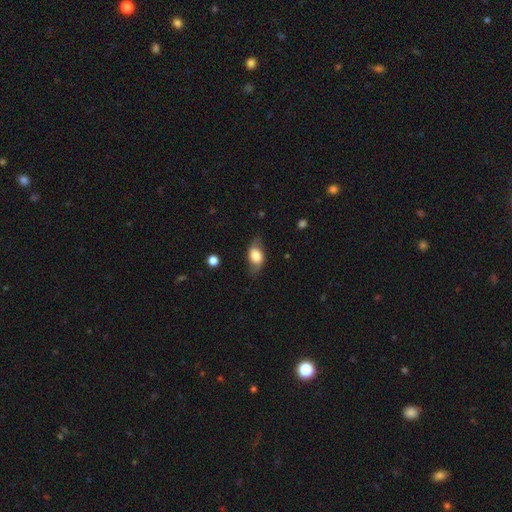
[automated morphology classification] smooth_or_featured: smooth (p=0.63) [alt: featured or disk p=0.29]
how_rounded: in between (p=0.82) [alt: round p=0.14]
merging: none (p=0.68) [alt: minor disturbance p=0.22]